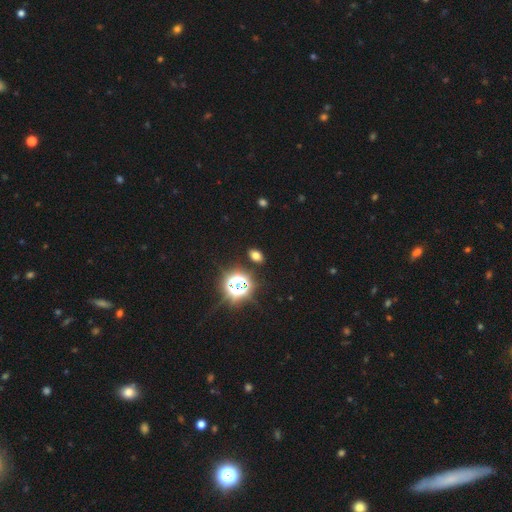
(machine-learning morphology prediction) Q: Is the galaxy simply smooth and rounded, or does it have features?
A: smooth — 62%.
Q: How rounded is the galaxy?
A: in between — 81%.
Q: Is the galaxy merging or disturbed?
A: none — 88%.